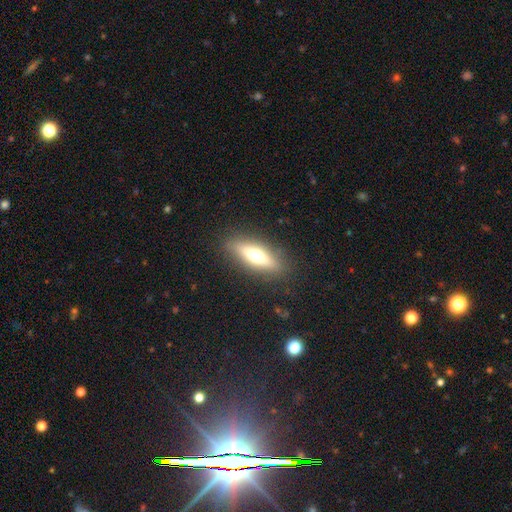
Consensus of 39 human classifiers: A smooth galaxy with no disk features (59%) that is in between round and cigar-shaped (52%). Merging: none (92%).